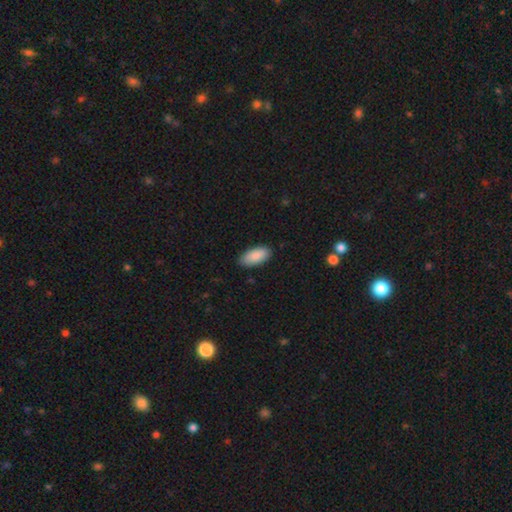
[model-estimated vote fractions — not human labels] A smooth galaxy with no disk features (90%) that is in between round and cigar-shaped (92%). Merging: none (88%).